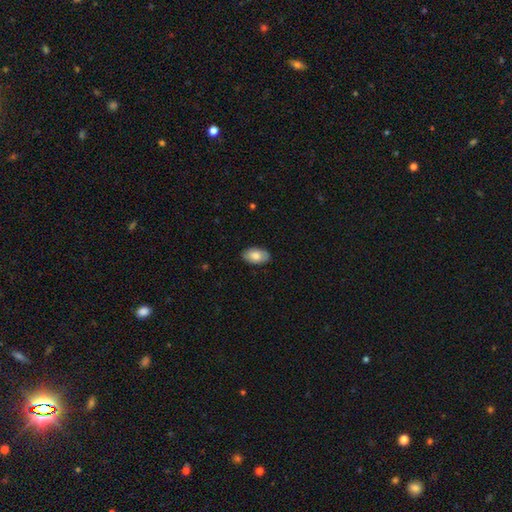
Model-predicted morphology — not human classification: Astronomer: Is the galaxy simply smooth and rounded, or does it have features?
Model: smooth — 80%.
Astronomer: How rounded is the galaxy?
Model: in between — 95%.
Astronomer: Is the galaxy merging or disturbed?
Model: none — 86%.